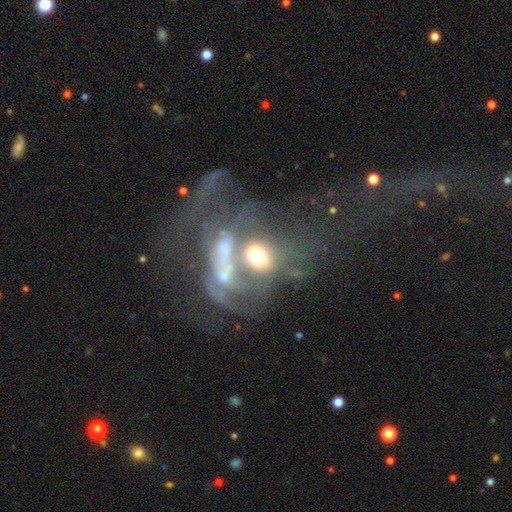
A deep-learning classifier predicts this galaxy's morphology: This appears to be a featured or disk galaxy (49%). Merging: merger (50%).